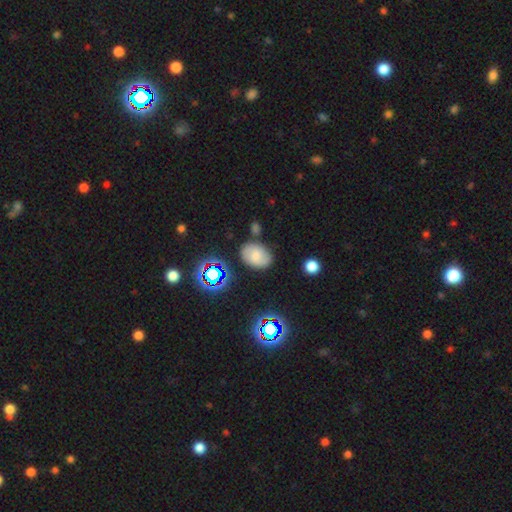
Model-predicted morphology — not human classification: Q: Smooth or featured?
A: smooth (63%); runner-up: featured or disk (20%)
Q: How rounded?
A: in between (77%); runner-up: round (22%)
Q: Merging?
A: none (76%); runner-up: minor disturbance (15%)